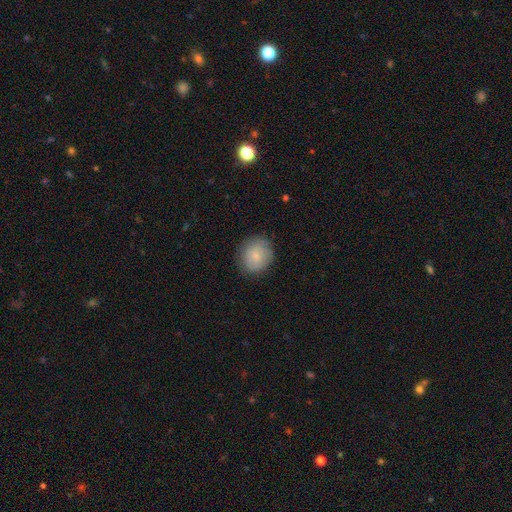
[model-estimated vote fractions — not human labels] This is clearly a smooth galaxy (83%). How rounded: clearly round (82%). Merging: clearly none (82%).